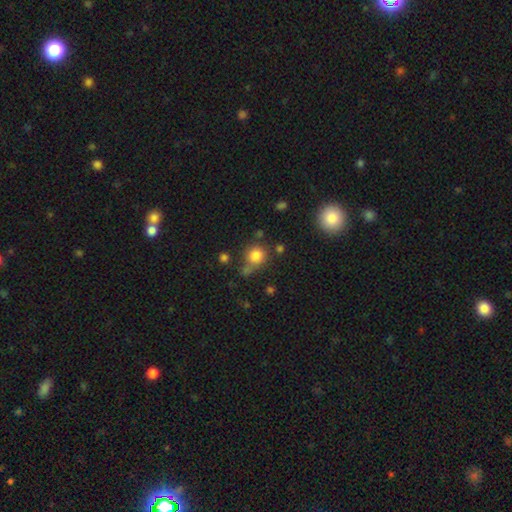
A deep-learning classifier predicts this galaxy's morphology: Smooth or featured?
  - smooth: 81% *
  - star or artifact: 12%
  - featured or disk: 7%
How rounded?
  - round: 87% *
  - in between: 12%
  - cigar-shaped: 1%
Merging?
  - none: 65% *
  - merger: 15%
  - minor disturbance: 14%
  - major disturbance: 6%